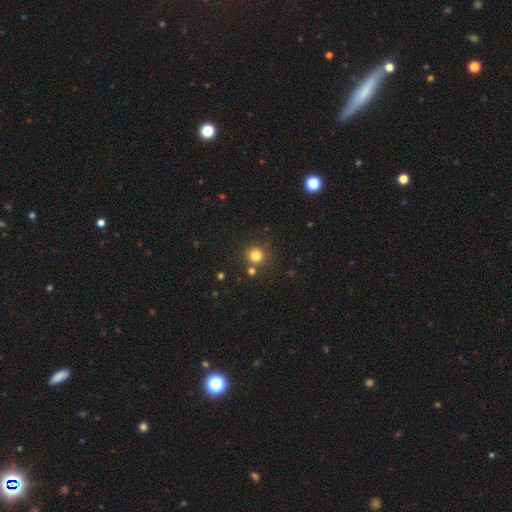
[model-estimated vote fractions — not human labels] A smooth galaxy with no disk features (81%) that is round (93%). Merging: none (80%).